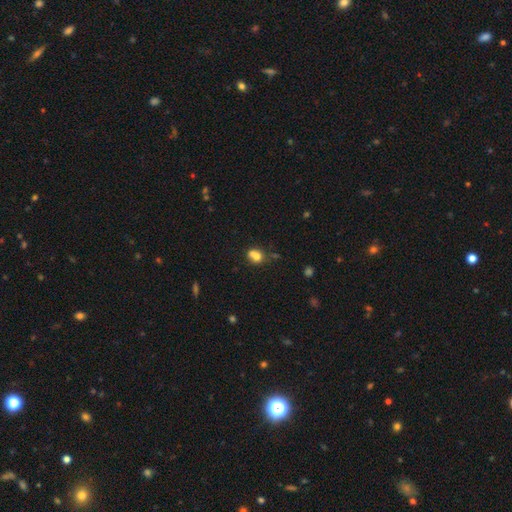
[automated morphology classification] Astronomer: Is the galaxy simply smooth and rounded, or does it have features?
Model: smooth — 71%.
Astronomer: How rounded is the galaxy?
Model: round — 65%.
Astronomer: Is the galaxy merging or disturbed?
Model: merger — 49% (runner-up: none, 34%).